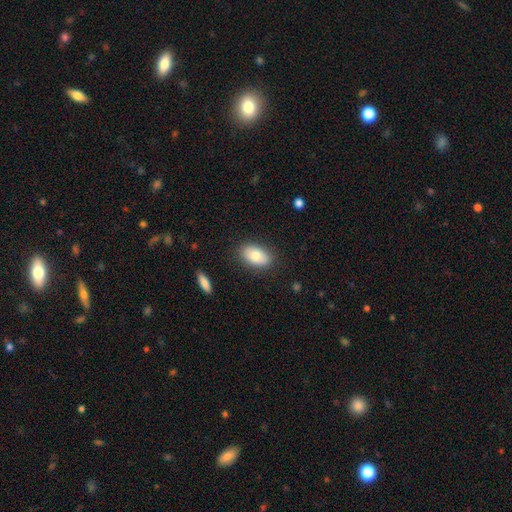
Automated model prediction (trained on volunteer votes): smooth 81%, featured or disk 13%, star or artifact 6%. Down the decision tree: how rounded — in between (91%); merging — none (85%).